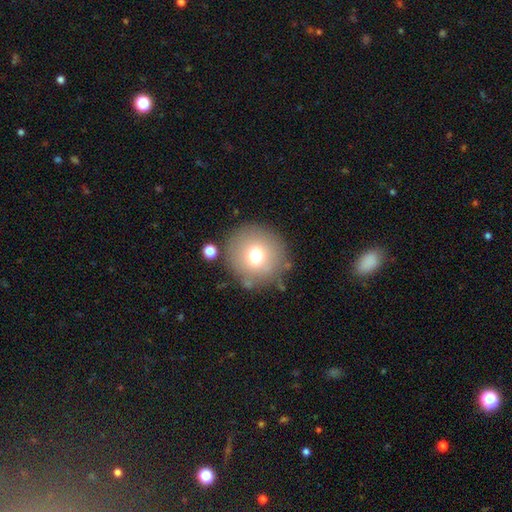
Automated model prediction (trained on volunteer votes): Smooth or featured? Predicted: smooth (p=0.72). How rounded? Predicted: round (p=0.95). Merging? Predicted: none (p=0.82).